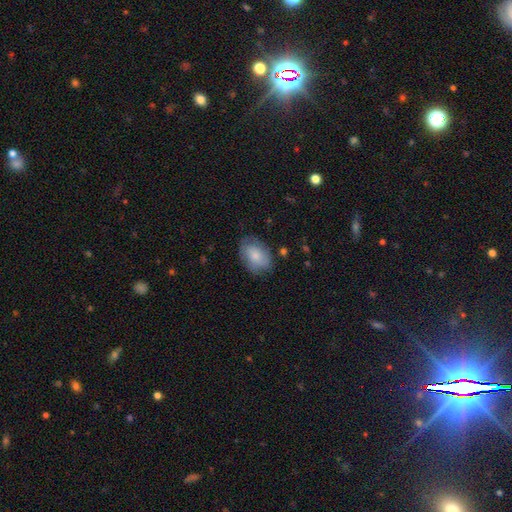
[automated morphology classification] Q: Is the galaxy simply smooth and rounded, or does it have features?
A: smooth — 72%.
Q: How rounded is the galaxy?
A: in between — 82%.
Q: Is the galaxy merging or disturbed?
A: none — 69%.